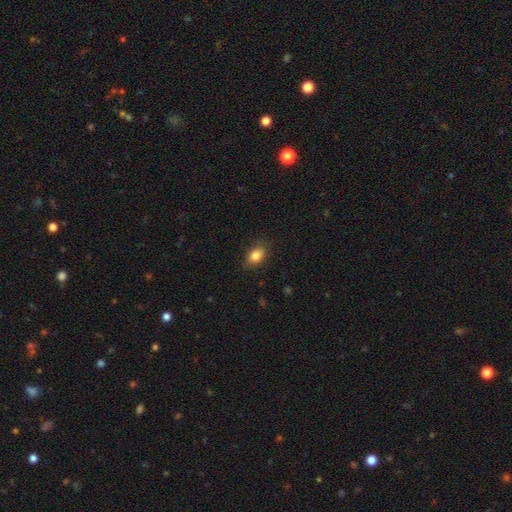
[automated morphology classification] type=smooth (84%); roundness=in between (79%); merging=none (84%).